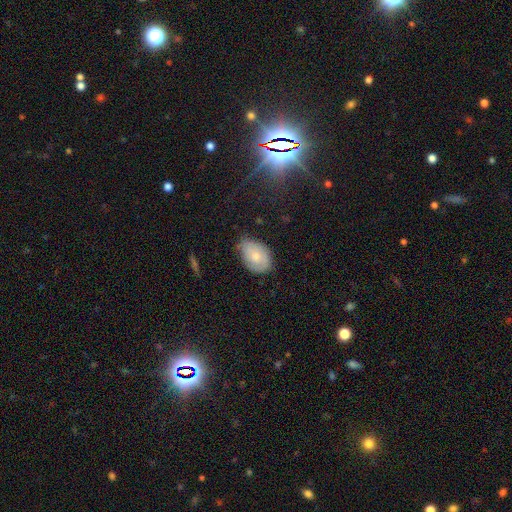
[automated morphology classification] smooth-or-featured: smooth: 67% | featured or disk: 26% | star or artifact: 7%
  how-rounded: in between: 83% | round: 16% | cigar-shaped: 1%
  merging: none: 59% | minor disturbance: 33% | major disturbance: 7% | merger: 2%